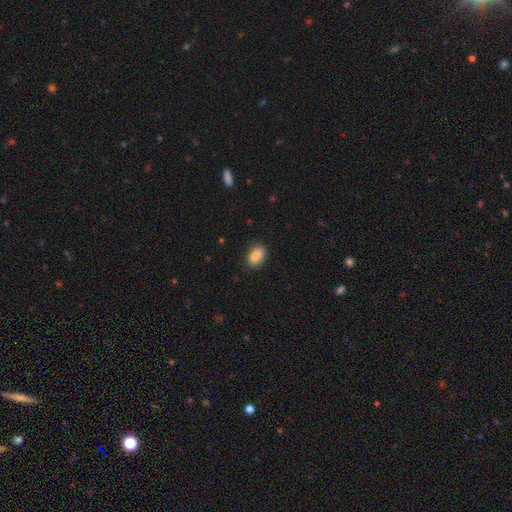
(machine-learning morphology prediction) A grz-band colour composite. It shows a smooth galaxy with no disk features (87%) that is in between round and cigar-shaped (86%). Merging: none (87%).